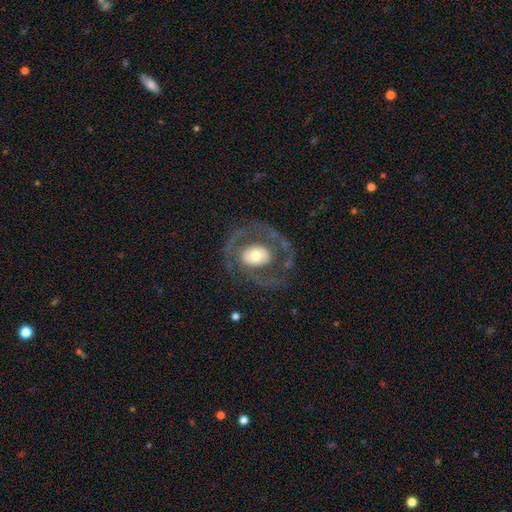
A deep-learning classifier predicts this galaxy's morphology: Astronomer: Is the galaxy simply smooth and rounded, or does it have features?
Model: featured or disk — 72%.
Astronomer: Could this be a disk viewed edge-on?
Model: no — 96%.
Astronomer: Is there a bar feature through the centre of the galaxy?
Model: no — 67%.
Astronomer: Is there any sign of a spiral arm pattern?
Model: yes — 59% (runner-up: no, 41%).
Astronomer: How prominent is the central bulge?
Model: moderate — 57%.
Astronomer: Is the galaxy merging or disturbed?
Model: none — 64%.